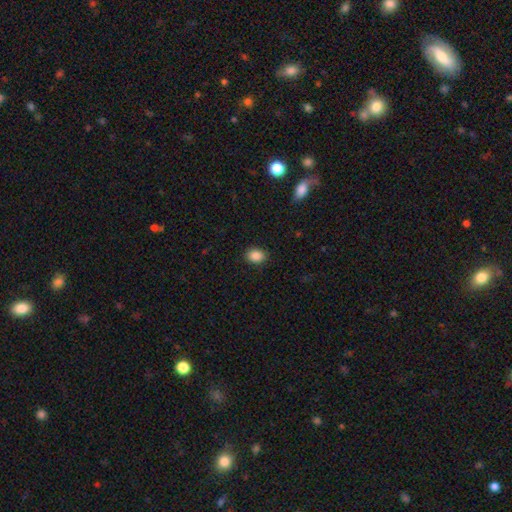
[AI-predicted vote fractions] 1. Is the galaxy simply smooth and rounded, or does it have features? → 88% smooth, 8% star or artifact, 3% featured or disk.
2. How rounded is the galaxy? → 74% in between, 25% round, 1% cigar-shaped.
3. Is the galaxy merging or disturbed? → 88% none, 9% minor disturbance, 2% major disturbance, 1% merger.